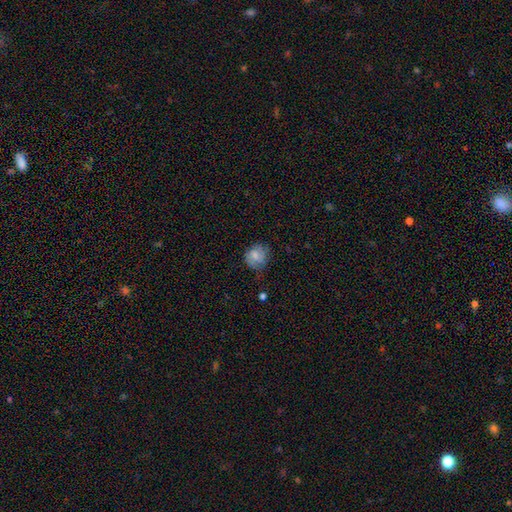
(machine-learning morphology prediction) This appears to be a smooth galaxy with no disk features (72%) that is round (73%). Merging: none (60%).